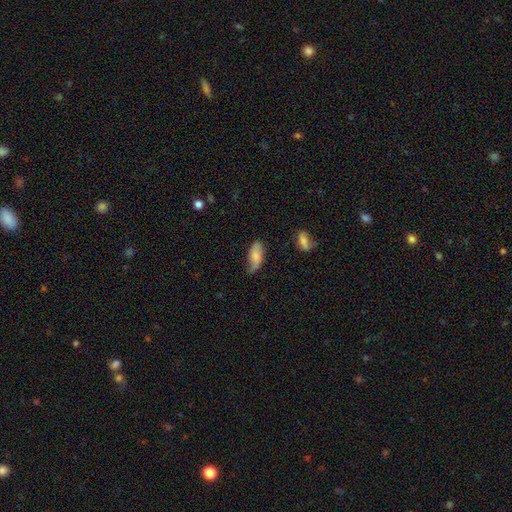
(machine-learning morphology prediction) smooth 68%, featured or disk 24%, star or artifact 7%. Down the decision tree: how rounded — in between (88%); merging — none (49%).